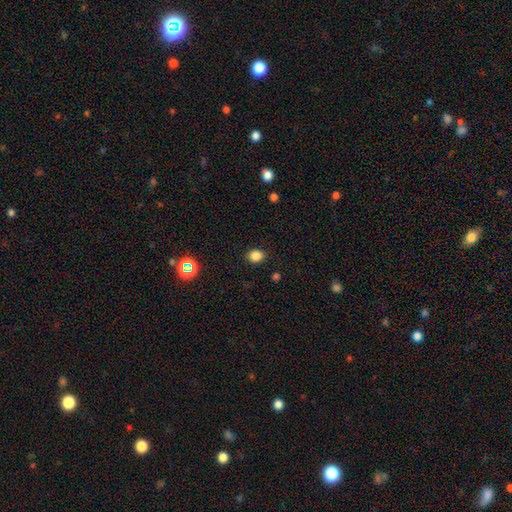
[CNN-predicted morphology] type=smooth (83%); roundness=round (59%); merging=none (89%).